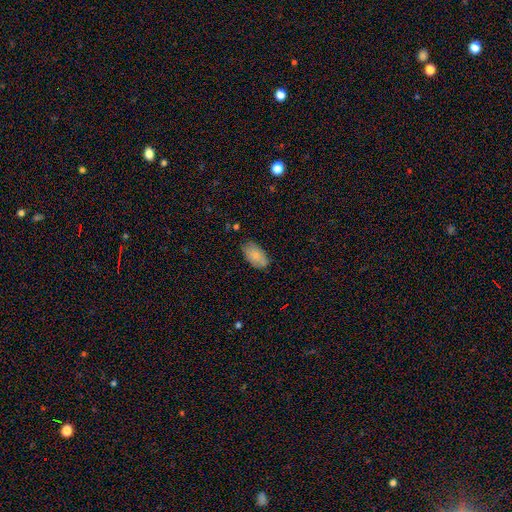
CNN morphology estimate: Q: Smooth or featured?
A: smooth (80%); runner-up: featured or disk (14%)
Q: How rounded?
A: in between (95%); runner-up: round (4%)
Q: Merging?
A: none (76%); runner-up: minor disturbance (19%)